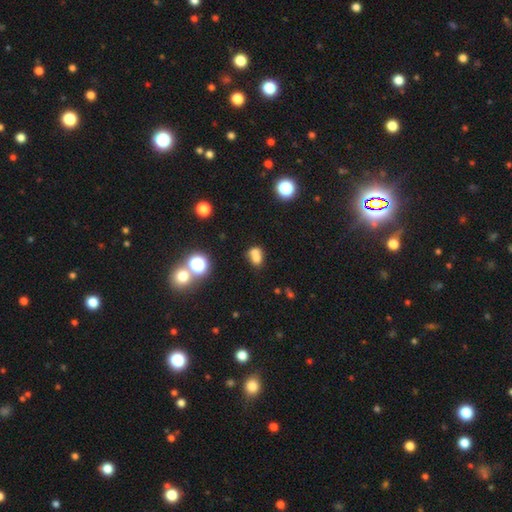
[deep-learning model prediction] Smooth or featured?
  - smooth: 69% *
  - star or artifact: 16%
  - featured or disk: 16%
How rounded?
  - in between: 50% *
  - round: 49%
  - cigar-shaped: 1%
Merging?
  - merger: 56% *
  - none: 30%
  - minor disturbance: 9%
  - major disturbance: 5%